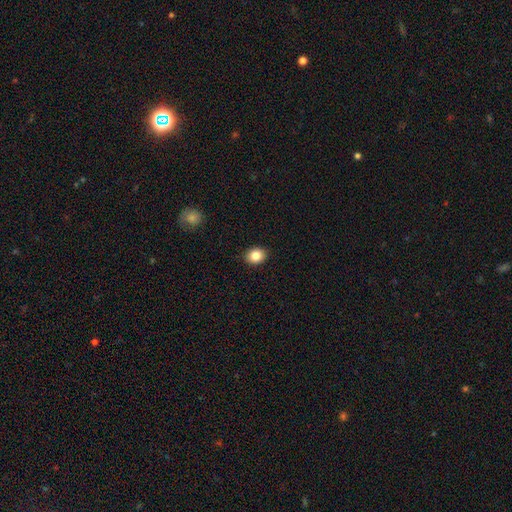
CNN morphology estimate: smooth_or_featured: smooth (p=0.85) [alt: star or artifact p=0.09]
how_rounded: round (p=0.53) [alt: in between p=0.46]
merging: none (p=0.91) [alt: minor disturbance p=0.06]